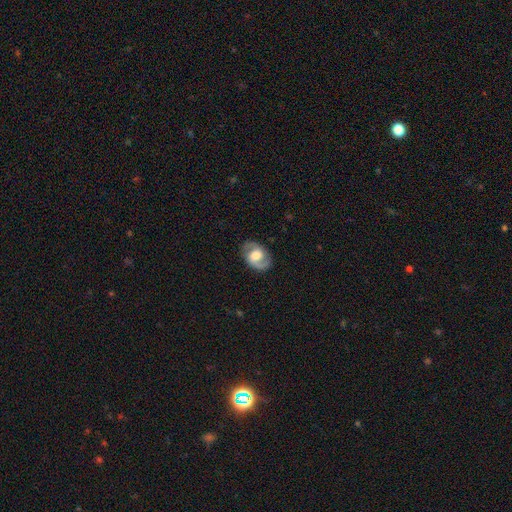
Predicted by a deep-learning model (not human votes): Overall: featured or disk (79%). Edge-on disk: no (97%). Bar: no (44%; weak 43%). Spiral arms: yes (91%). Spiral arm count: 2 (91%). Spiral winding: medium (54%; tight 24%). Bulge size: moderate (52%; large 33%). Merging: none (83%).